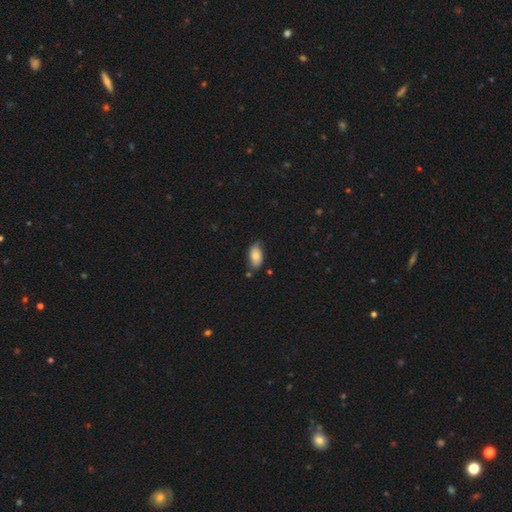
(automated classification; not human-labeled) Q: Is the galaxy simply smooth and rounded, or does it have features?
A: smooth — 77%.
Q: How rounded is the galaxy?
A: in between — 94%.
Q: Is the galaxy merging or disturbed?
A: none — 70%.